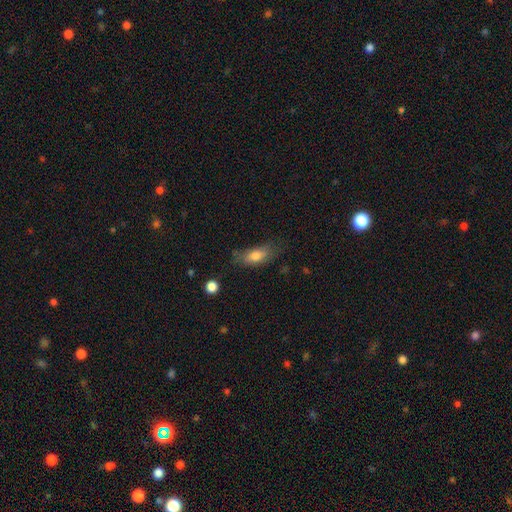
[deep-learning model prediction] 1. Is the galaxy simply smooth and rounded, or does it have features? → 75% smooth, 17% featured or disk, 8% star or artifact.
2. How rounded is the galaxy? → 77% in between, 19% cigar-shaped, 4% round.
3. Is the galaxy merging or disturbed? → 60% none, 27% minor disturbance, 10% major disturbance, 3% merger.